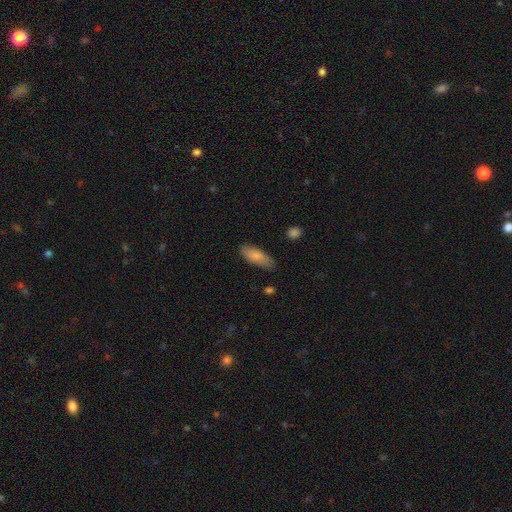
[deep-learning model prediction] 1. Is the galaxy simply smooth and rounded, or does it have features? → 81% smooth, 13% featured or disk, 6% star or artifact.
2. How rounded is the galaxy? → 78% in between, 20% cigar-shaped, 2% round.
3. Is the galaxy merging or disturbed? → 79% none, 16% minor disturbance, 3% major disturbance, 1% merger.